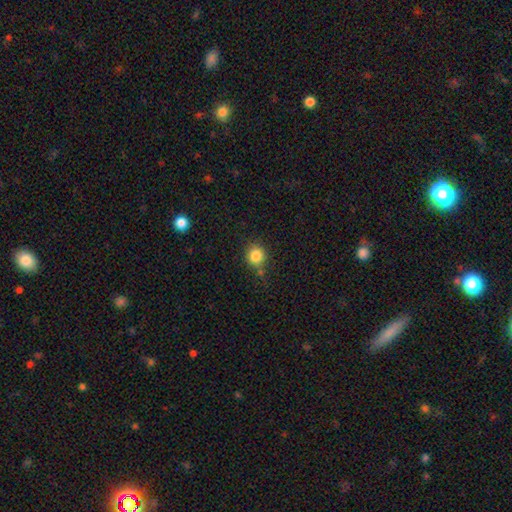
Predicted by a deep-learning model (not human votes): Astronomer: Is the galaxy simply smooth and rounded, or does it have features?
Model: smooth — 84%.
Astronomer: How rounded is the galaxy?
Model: round — 89%.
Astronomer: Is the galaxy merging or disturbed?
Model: none — 76%.